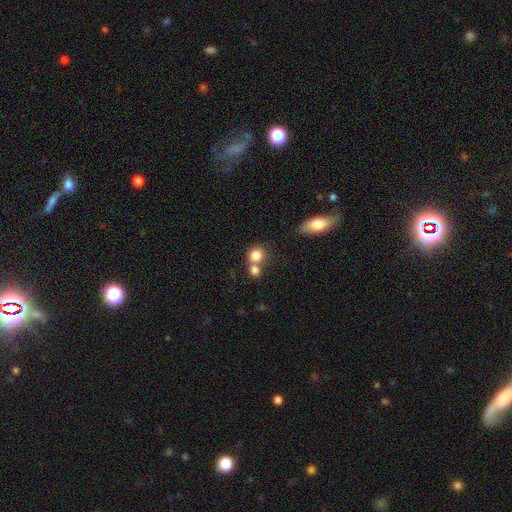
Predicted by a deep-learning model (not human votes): Q: Smooth or featured?
A: smooth (82%); runner-up: star or artifact (9%)
Q: How rounded?
A: round (77%); runner-up: in between (22%)
Q: Merging?
A: none (44%); tied with: merger (44%)